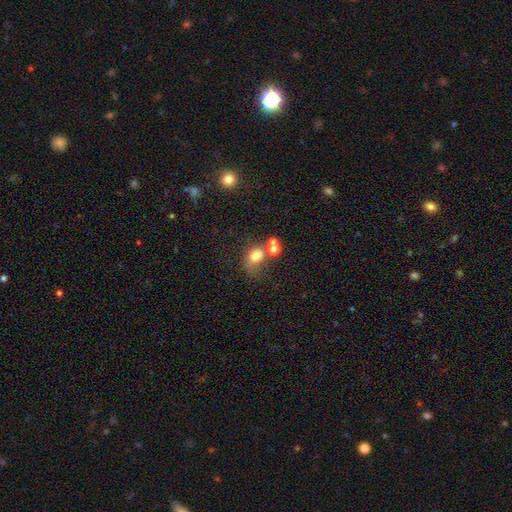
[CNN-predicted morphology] type=smooth (73%); roundness=round (50%); merging=none (35%, tied with merger).